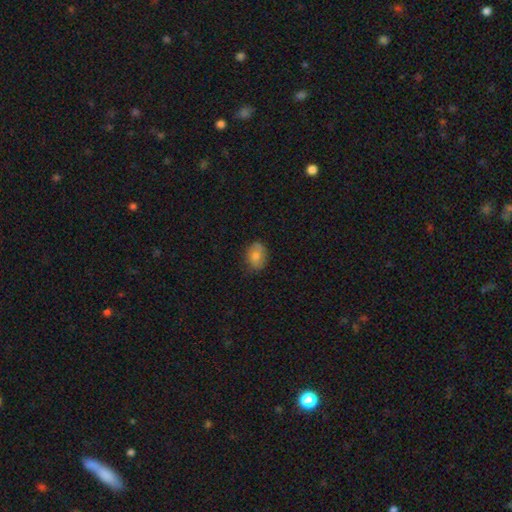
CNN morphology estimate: The model was most divided on "how rounded": in between: 68%, round: 31%, cigar-shaped: 1%. More confident: smooth or featured — smooth (77%); merging — none (76%).